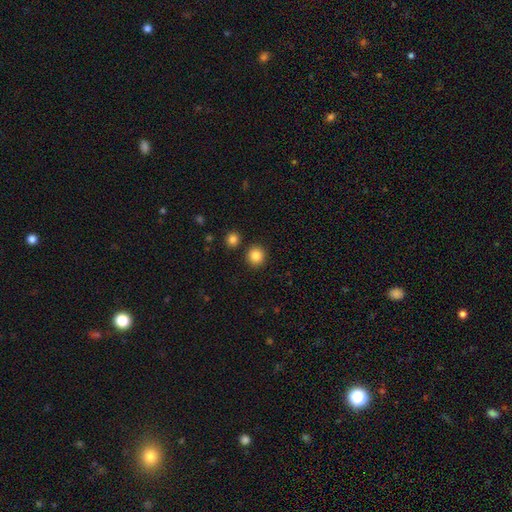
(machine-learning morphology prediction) Smooth or featured? smooth (86%)
How rounded? round (92%)
Merging? none (88%)